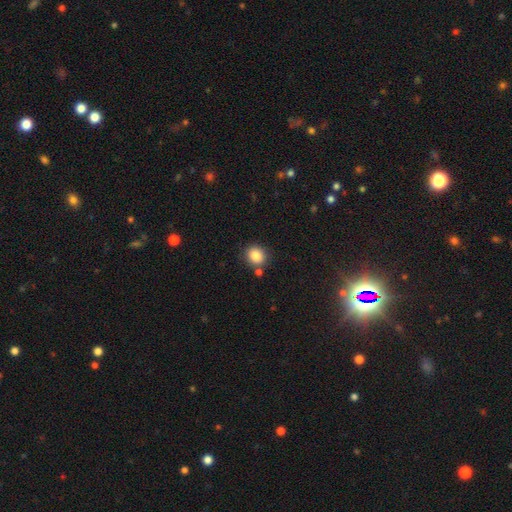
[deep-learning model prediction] smooth_or_featured: smooth (p=0.84) [alt: star or artifact p=0.10]
how_rounded: round (p=0.76) [alt: in between p=0.23]
merging: none (p=0.78) [alt: minor disturbance p=0.10]